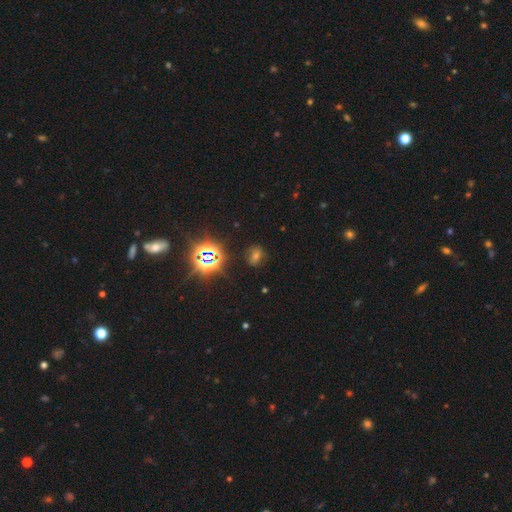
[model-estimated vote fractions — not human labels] Morphology: type=star or artifact (51%).